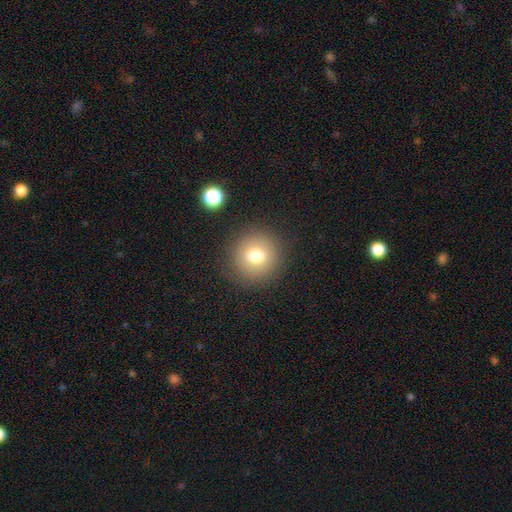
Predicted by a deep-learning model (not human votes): Smooth or featured? smooth (74%)
How rounded? round (92%)
Merging? none (87%)